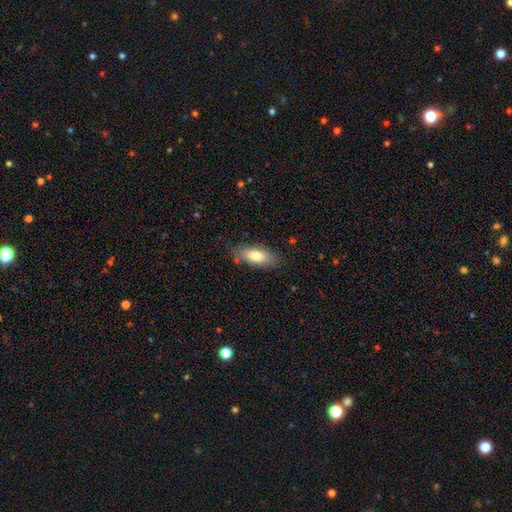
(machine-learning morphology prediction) Q: Smooth or featured?
A: smooth (76%); runner-up: featured or disk (17%)
Q: How rounded?
A: in between (81%); runner-up: cigar-shaped (17%)
Q: Merging?
A: none (80%); runner-up: minor disturbance (14%)